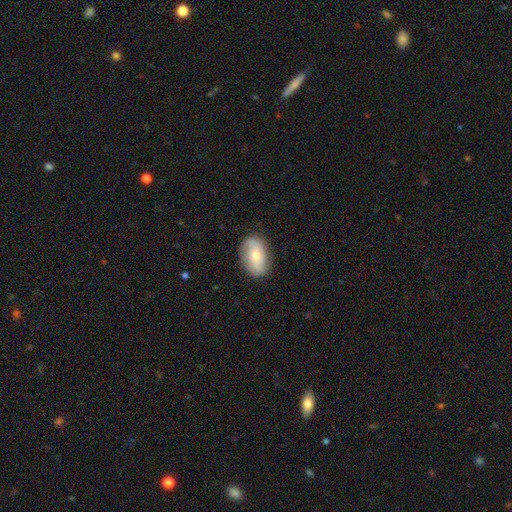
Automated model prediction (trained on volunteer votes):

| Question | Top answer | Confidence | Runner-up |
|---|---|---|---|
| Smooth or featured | featured or disk | 60% | smooth (33%) |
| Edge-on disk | no | 95% | yes (5%) |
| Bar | no | 62% | weak (30%) |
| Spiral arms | yes | 88% | no (12%) |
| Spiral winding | loose | 40% | medium (37%) |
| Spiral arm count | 2 | 76% | can't tell (12%) |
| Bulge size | small | 48% | moderate (46%) |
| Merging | none | 80% | minor disturbance (14%) |